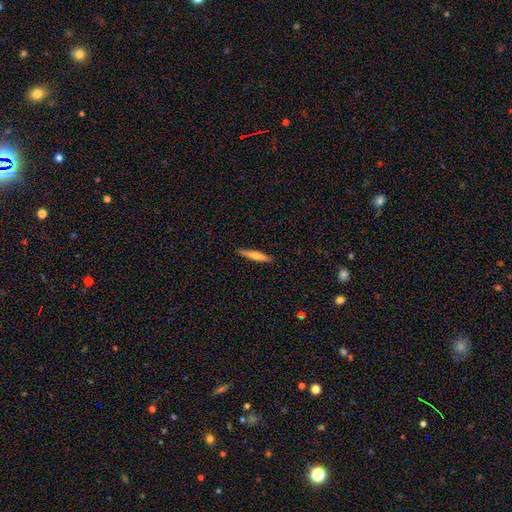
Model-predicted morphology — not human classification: A smooth galaxy with no disk features (58%) that is cigar-shaped (90%).

Vote fractions:
- Smooth or featured? smooth: 58% / featured or disk: 36% / star or artifact: 6%
- How rounded? cigar-shaped: 90% / in between: 9% / round: 2%
- Merging? none: 90% / minor disturbance: 7% / major disturbance: 2% / merger: 1%